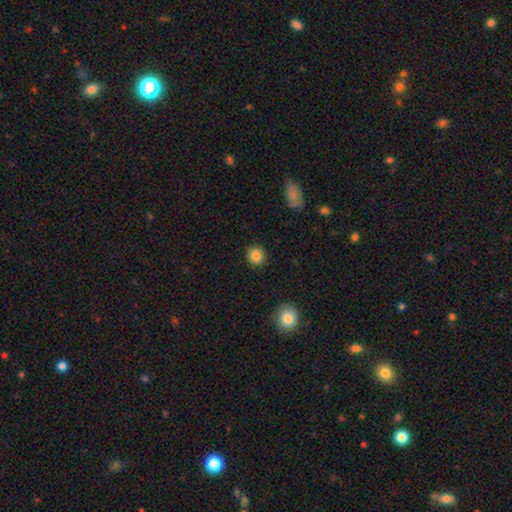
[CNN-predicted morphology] Overall: smooth (86%). How rounded: round (86%). Merging: none (90%).